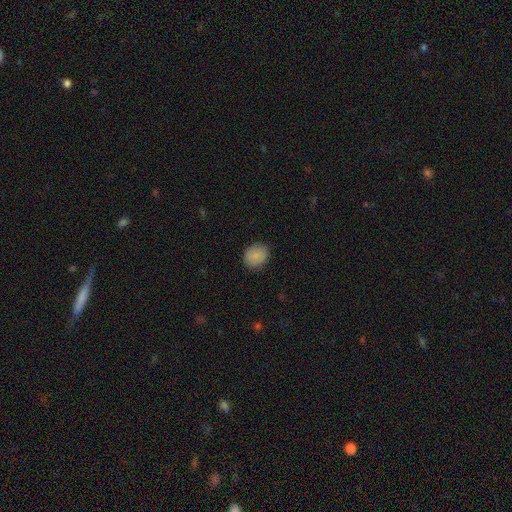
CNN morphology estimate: A smooth galaxy with no disk features (84%) that is round (61%). Merging: none (85%).